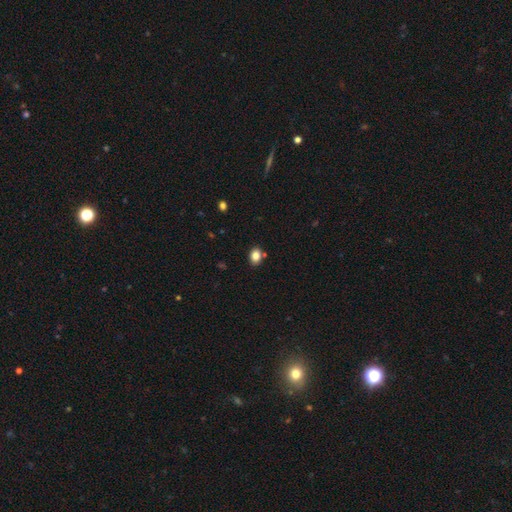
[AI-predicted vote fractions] A smooth galaxy with no disk features (84%) that is in between round and cigar-shaped (64%).

Vote fractions:
- Smooth or featured? smooth: 84% / star or artifact: 10% / featured or disk: 6%
- How rounded? in between: 64% / round: 35% / cigar-shaped: 1%
- Merging? none: 82% / minor disturbance: 10% / merger: 6% / major disturbance: 2%